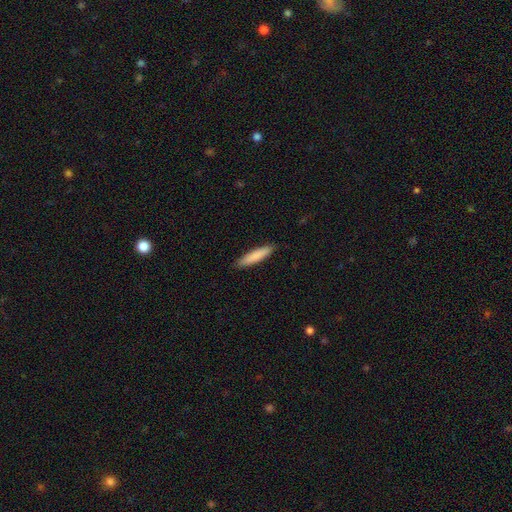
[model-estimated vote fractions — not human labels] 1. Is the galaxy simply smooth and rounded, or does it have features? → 84% smooth, 11% featured or disk, 5% star or artifact.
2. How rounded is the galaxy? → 84% cigar-shaped, 14% in between, 1% round.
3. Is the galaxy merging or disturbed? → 89% none, 8% minor disturbance, 2% major disturbance, 1% merger.